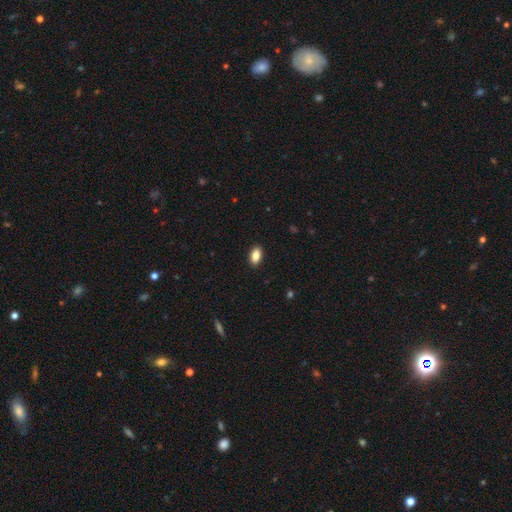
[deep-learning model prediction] A smooth galaxy with no disk features (87%) that is in between round and cigar-shaped (91%). Merging: none (90%).